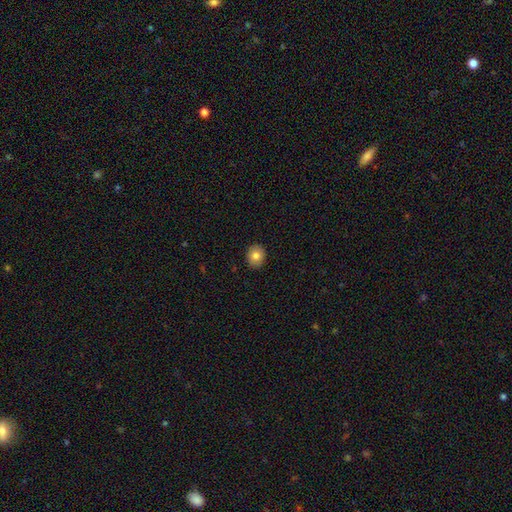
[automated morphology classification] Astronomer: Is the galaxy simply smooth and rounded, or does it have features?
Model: smooth — 81%.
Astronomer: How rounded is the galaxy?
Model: round — 67%.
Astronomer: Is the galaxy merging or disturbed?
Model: none — 90%.